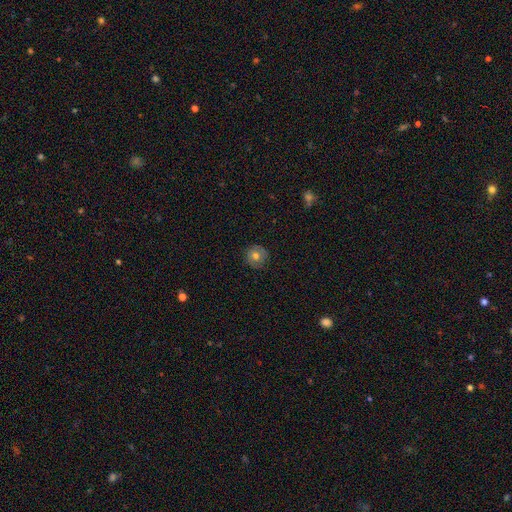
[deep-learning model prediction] A smooth galaxy with no disk features (55%) that is round (92%).

Vote fractions:
- Smooth or featured? smooth: 55% / featured or disk: 36% / star or artifact: 9%
- How rounded? round: 92% / in between: 7% / cigar-shaped: 1%
- Merging? none: 85% / minor disturbance: 11% / major disturbance: 3% / merger: 1%